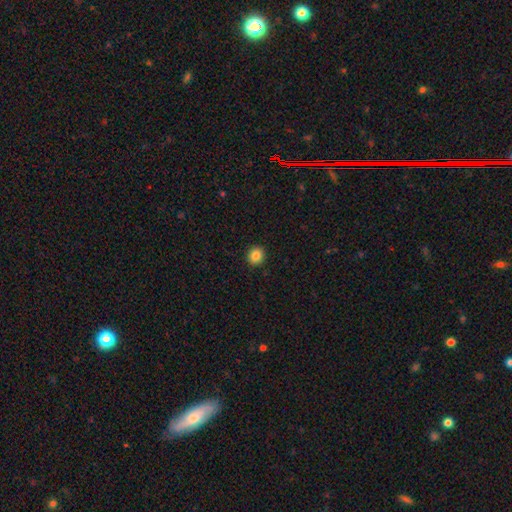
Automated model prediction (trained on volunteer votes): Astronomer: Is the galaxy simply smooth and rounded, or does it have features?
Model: smooth — 85%.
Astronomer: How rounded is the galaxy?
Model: round — 85%.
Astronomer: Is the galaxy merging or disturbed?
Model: none — 92%.